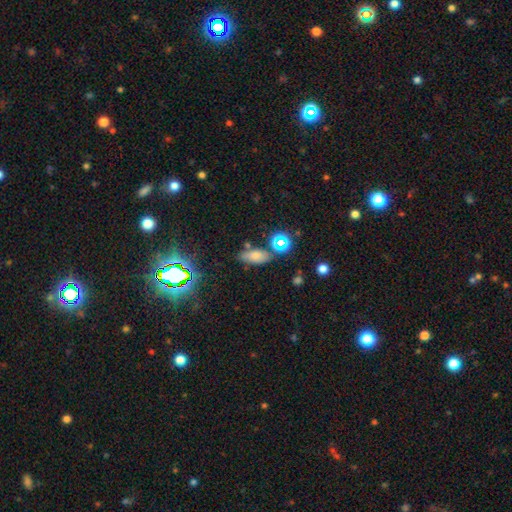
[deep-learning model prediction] Smooth or featured: smooth — 68% (star or artifact — 20%)
How rounded: in between — 80% (cigar-shaped — 13%)
Merging: none — 71% (minor disturbance — 16%)